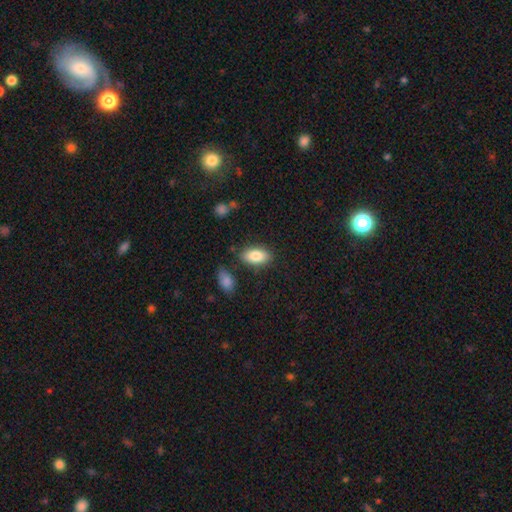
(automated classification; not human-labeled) This appears to be a smooth galaxy with no disk features (84%) that is in between round and cigar-shaped (92%). Merging: none (81%).